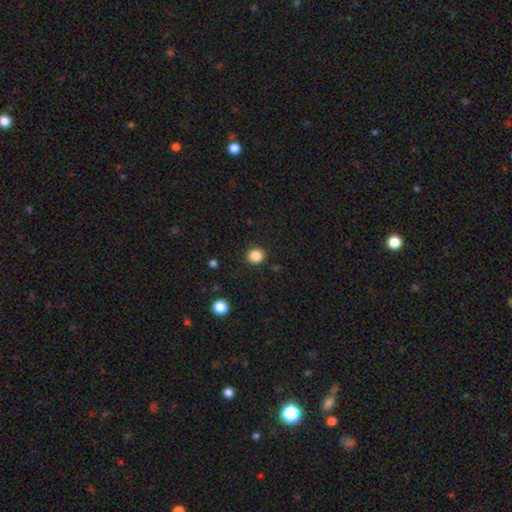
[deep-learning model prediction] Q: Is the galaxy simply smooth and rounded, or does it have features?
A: smooth — 86%.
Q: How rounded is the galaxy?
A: round — 88%.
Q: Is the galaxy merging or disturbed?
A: none — 91%.